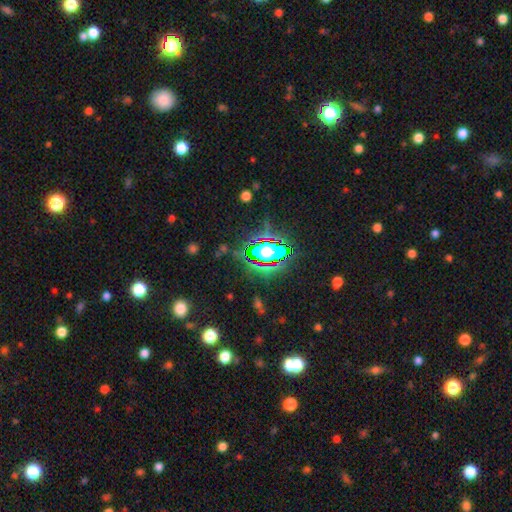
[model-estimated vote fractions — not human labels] smooth-or-featured: star or artifact: 79% | smooth: 12% | featured or disk: 9%